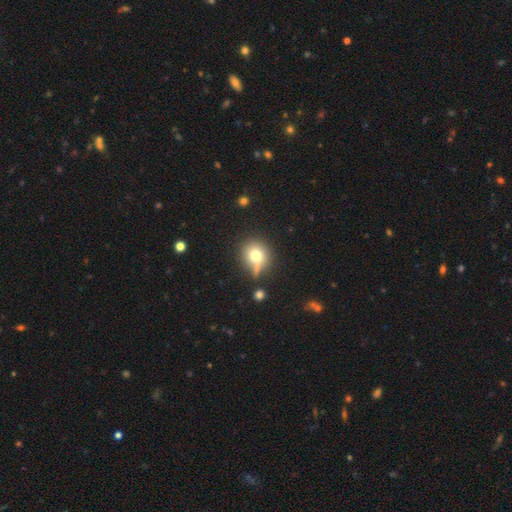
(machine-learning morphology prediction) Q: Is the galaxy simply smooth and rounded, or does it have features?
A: smooth — 74%.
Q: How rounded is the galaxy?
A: round — 83%.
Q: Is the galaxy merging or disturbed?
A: none — 61%.